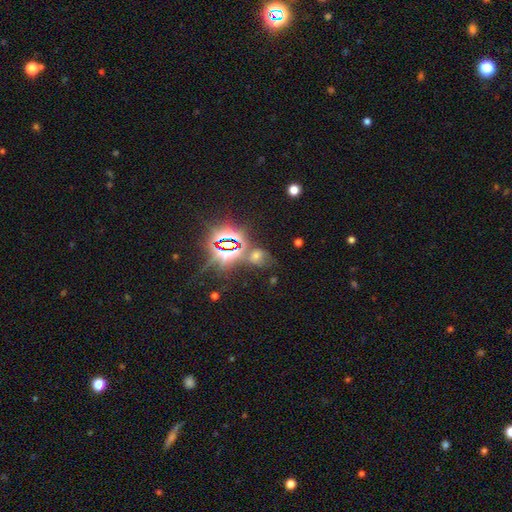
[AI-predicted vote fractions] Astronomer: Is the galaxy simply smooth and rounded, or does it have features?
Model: star or artifact — 58%.